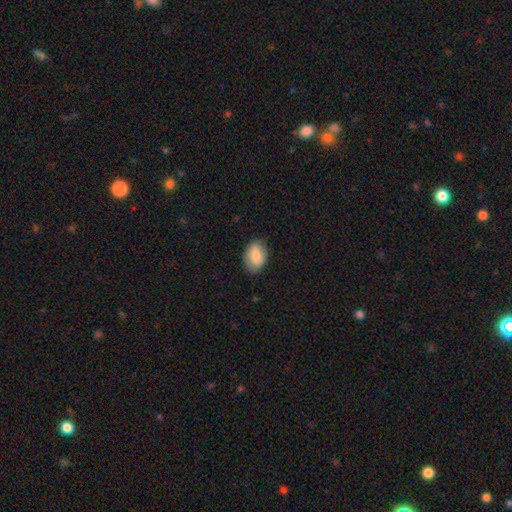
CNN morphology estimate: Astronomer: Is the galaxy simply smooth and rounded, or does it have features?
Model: smooth — 83%.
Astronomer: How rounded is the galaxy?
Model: in between — 87%.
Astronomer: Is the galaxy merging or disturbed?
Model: none — 80%.